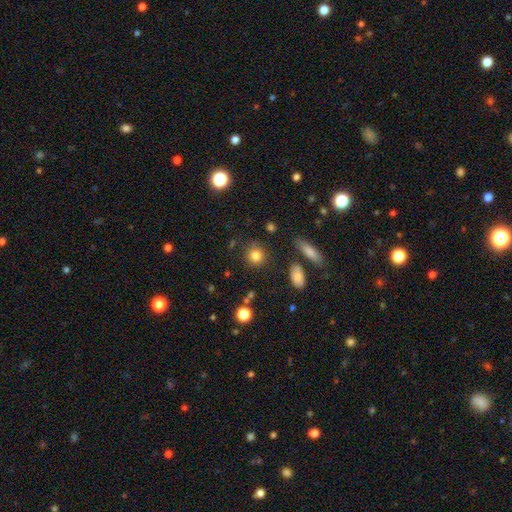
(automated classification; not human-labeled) smooth_or_featured: smooth (p=0.82) [alt: star or artifact p=0.11]
how_rounded: round (p=0.87) [alt: in between p=0.11]
merging: none (p=0.83) [alt: minor disturbance p=0.10]